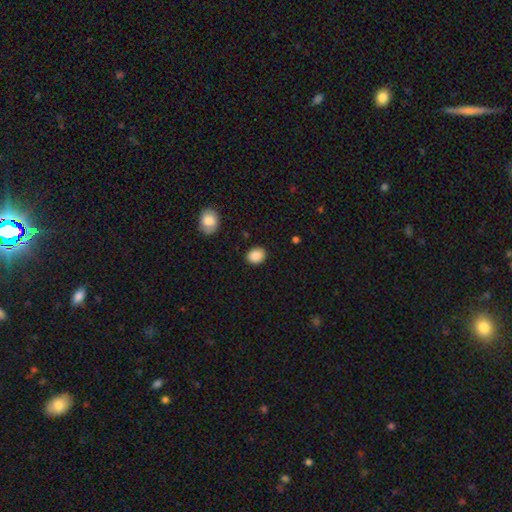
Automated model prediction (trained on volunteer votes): Smooth or featured?
  - smooth: 89% *
  - star or artifact: 8%
  - featured or disk: 3%
How rounded?
  - in between: 50% *
  - round: 49%
  - cigar-shaped: 1%
Merging?
  - none: 88% *
  - minor disturbance: 8%
  - major disturbance: 2%
  - merger: 1%